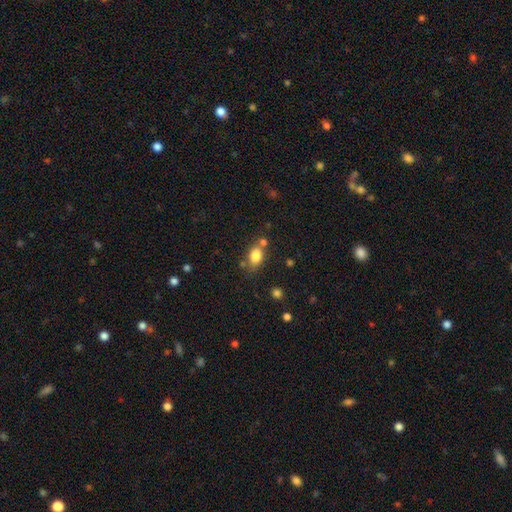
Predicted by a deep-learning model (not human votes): This appears to be a smooth galaxy with no disk features (82%) that is in between round and cigar-shaped (76%). Merging: none (62%).